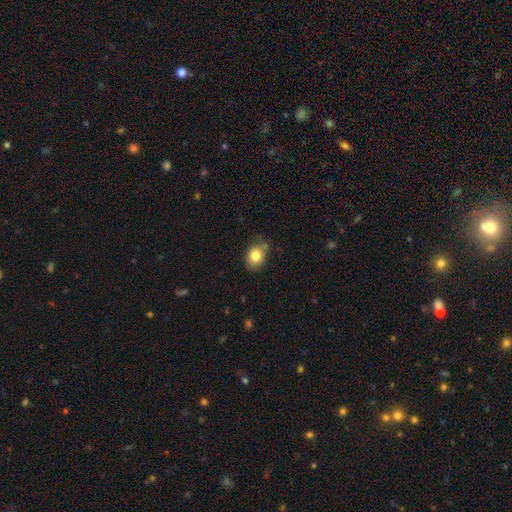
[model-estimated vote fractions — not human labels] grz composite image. It shows a smooth galaxy with no disk features (81%) that is in between round and cigar-shaped (57%). Merging: none (70%).